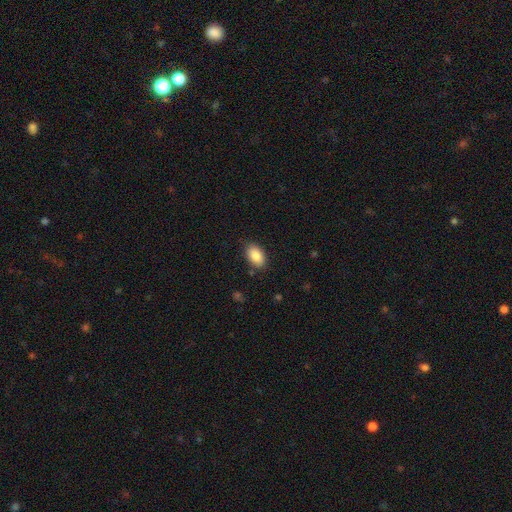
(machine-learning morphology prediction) Q: Smooth or featured?
A: smooth (87%); runner-up: star or artifact (7%)
Q: How rounded?
A: in between (93%); runner-up: round (6%)
Q: Merging?
A: none (86%); runner-up: minor disturbance (10%)